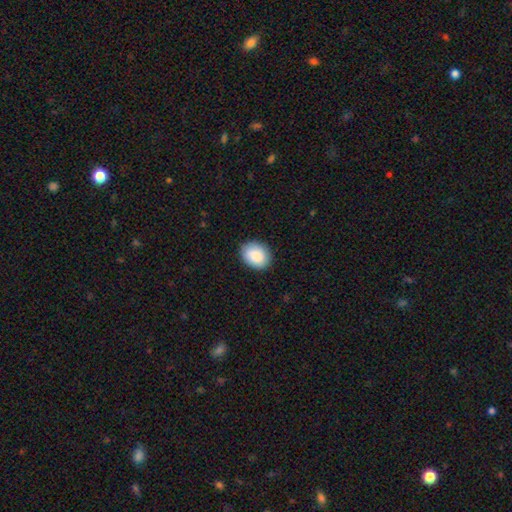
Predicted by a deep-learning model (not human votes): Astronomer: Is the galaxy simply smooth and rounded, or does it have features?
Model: smooth — 89%.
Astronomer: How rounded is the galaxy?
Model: in between — 55% (runner-up: round, 44%).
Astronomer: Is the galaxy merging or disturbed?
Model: none — 86%.